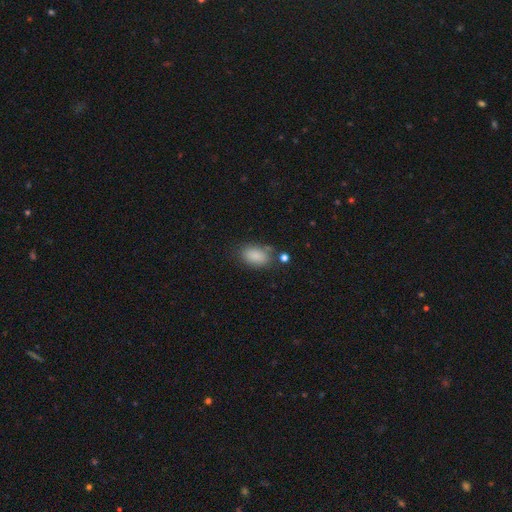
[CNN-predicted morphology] smooth 87%, star or artifact 8%, featured or disk 6%. Down the decision tree: how rounded — in between (91%); merging — none (69%).